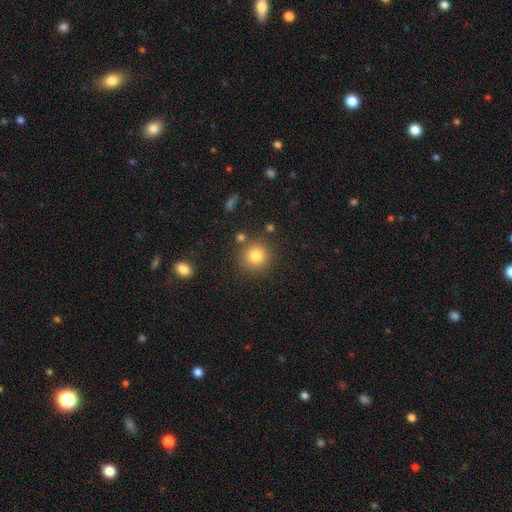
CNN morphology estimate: smooth 81%, star or artifact 12%, featured or disk 7%. Down the decision tree: how rounded — round (93%); merging — none (84%).